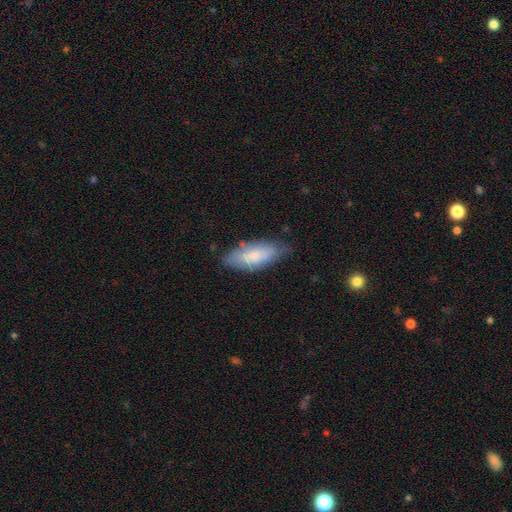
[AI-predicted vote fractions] Smooth or featured? Predicted: smooth (p=0.72). How rounded? Predicted: in between (p=0.79). Merging? Predicted: none (p=0.67).